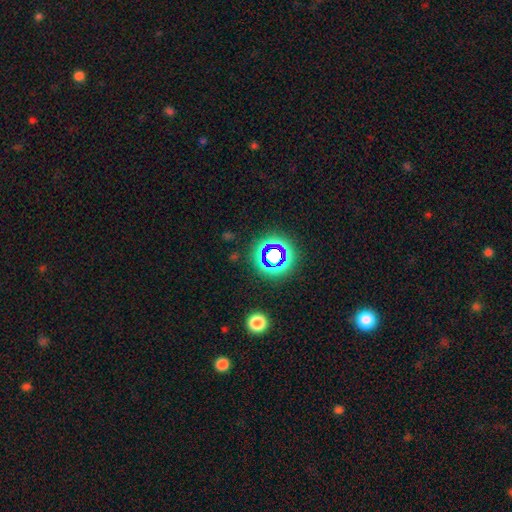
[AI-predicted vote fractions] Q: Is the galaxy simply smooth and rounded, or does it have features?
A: star or artifact — 66%.